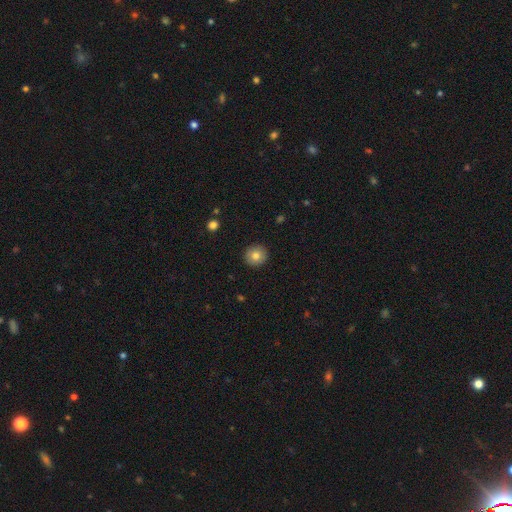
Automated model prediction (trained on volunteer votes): Q: Smooth or featured?
A: smooth (80%); runner-up: featured or disk (11%)
Q: How rounded?
A: round (93%); runner-up: in between (6%)
Q: Merging?
A: none (92%); runner-up: minor disturbance (5%)